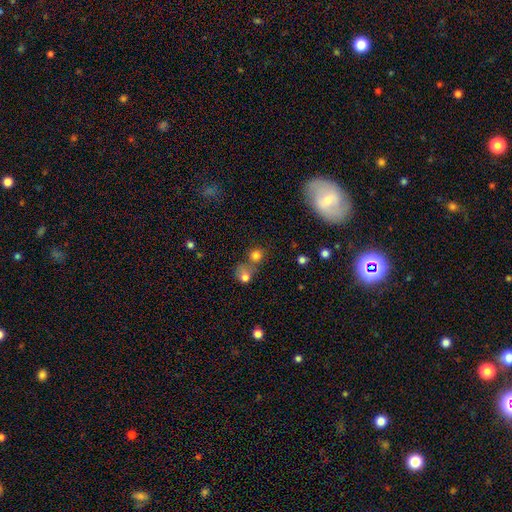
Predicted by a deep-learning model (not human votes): Overall: smooth (77%). How rounded: round (83%). Merging: none (50%; merger 37%).